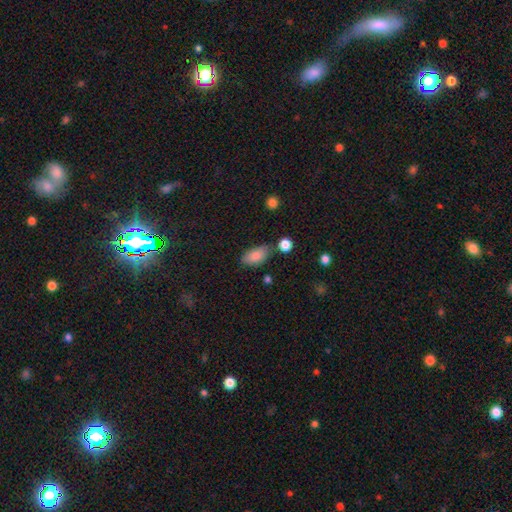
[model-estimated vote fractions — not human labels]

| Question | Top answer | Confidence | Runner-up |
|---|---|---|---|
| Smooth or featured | smooth | 85% | star or artifact (8%) |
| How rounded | in between | 92% | round (5%) |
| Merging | none | 69% | minor disturbance (19%) |